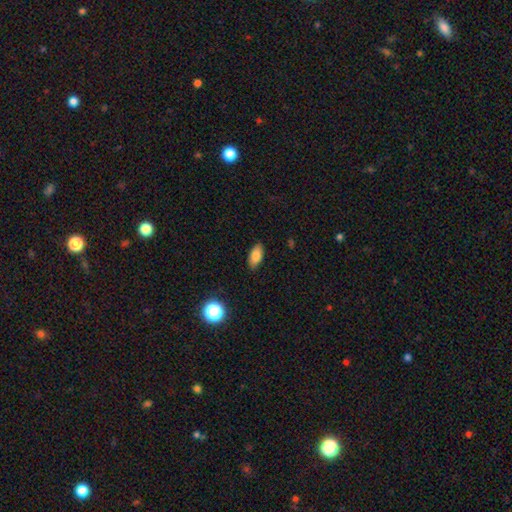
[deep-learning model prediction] Smooth or featured? Predicted: smooth (p=0.83). How rounded? Predicted: in between (p=0.89). Merging? Predicted: none (p=0.87).